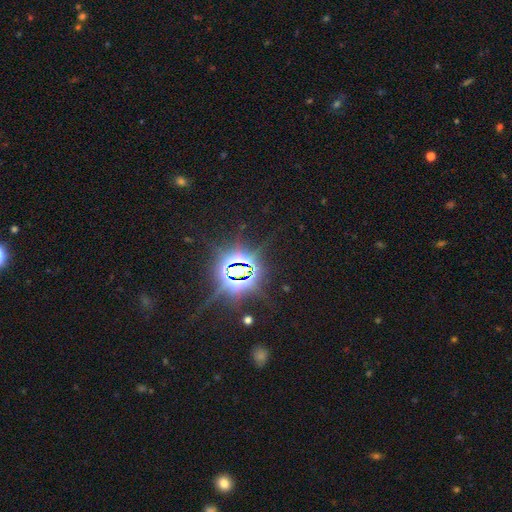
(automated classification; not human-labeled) Smooth or featured? star or artifact (86%)